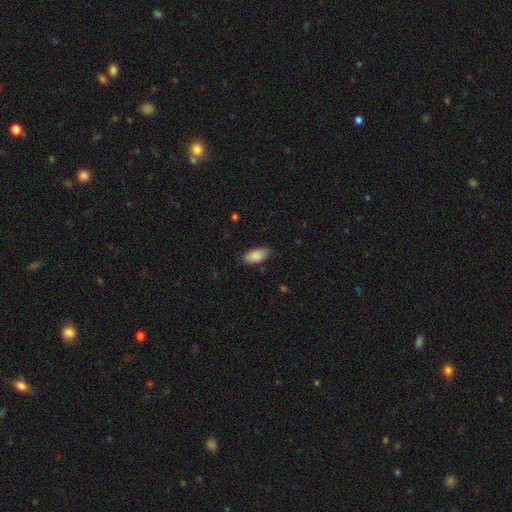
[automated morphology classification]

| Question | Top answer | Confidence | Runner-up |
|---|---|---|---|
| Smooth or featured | smooth | 88% | star or artifact (6%) |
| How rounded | in between | 92% | cigar-shaped (6%) |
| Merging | none | 83% | minor disturbance (14%) |